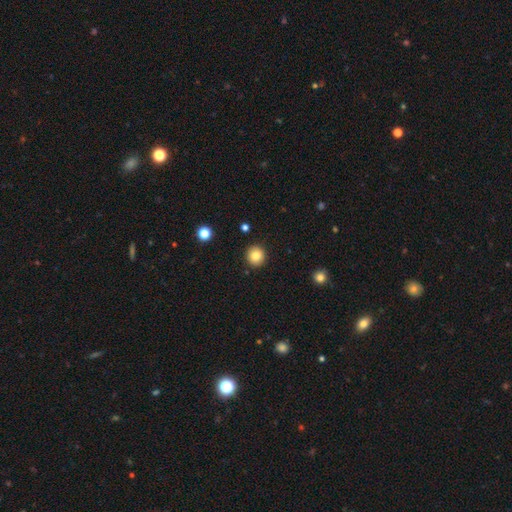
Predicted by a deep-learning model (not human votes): Smooth or featured: smooth — 83% (star or artifact — 10%)
How rounded: round — 93% (in between — 6%)
Merging: none — 92% (minor disturbance — 5%)